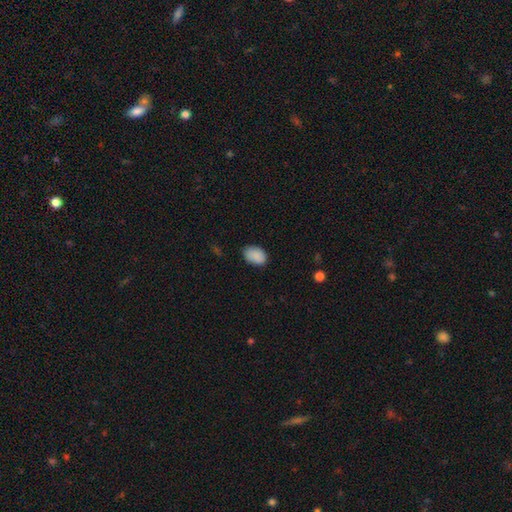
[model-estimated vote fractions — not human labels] Q: Smooth or featured?
A: smooth (88%); runner-up: star or artifact (7%)
Q: How rounded?
A: in between (84%); runner-up: round (15%)
Q: Merging?
A: none (80%); runner-up: minor disturbance (16%)